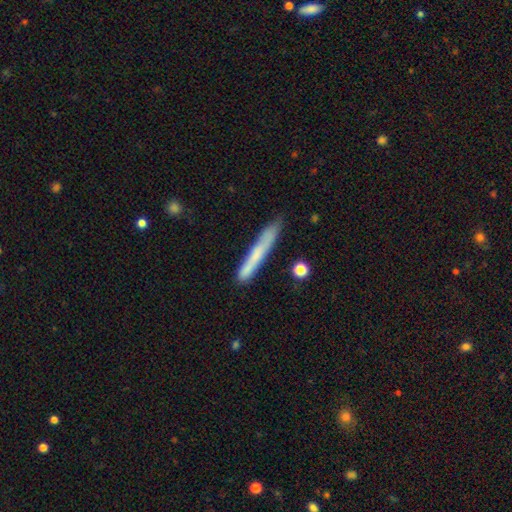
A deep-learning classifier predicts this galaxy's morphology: smooth_or_featured: smooth (p=0.64) [alt: featured or disk p=0.30]
how_rounded: cigar-shaped (p=0.96) [alt: in between p=0.03]
merging: none (p=0.75) [alt: minor disturbance p=0.18]